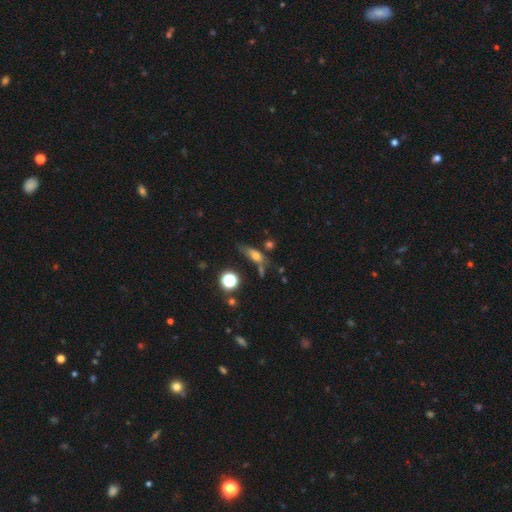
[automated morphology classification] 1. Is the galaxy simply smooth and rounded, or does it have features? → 58% smooth, 25% featured or disk, 17% star or artifact.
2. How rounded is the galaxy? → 57% in between, 30% cigar-shaped, 13% round.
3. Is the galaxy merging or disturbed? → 49% none, 24% minor disturbance, 15% merger, 13% major disturbance.